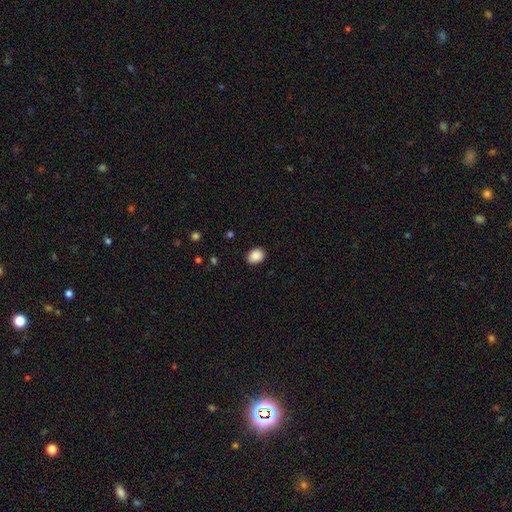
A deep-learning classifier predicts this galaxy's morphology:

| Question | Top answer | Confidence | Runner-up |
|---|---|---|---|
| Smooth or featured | smooth | 89% | star or artifact (8%) |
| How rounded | in between | 56% | round (43%) |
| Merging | none | 89% | minor disturbance (8%) |